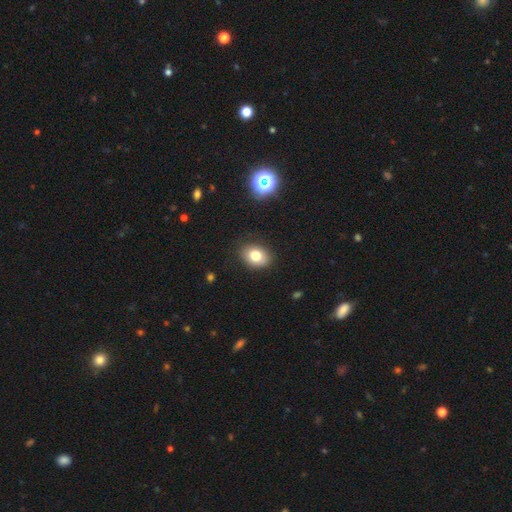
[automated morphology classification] smooth 77%, star or artifact 11%, featured or disk 11%. Down the decision tree: how rounded — in between (63%); merging — none (85%).